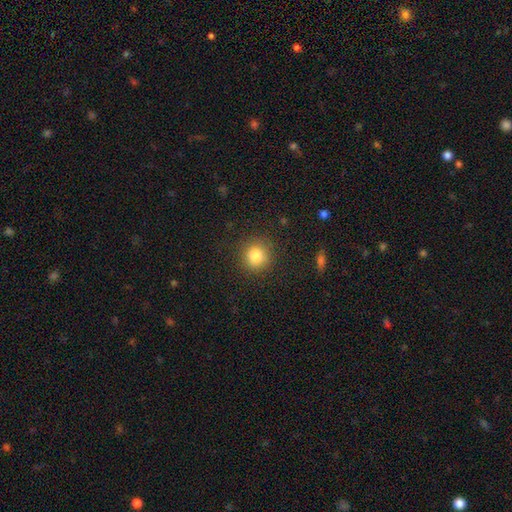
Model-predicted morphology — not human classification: smooth-or-featured: smooth: 83% | star or artifact: 11% | featured or disk: 6%
  how-rounded: round: 90% | in between: 9% | cigar-shaped: 1%
  merging: none: 88% | minor disturbance: 8% | major disturbance: 3% | merger: 1%